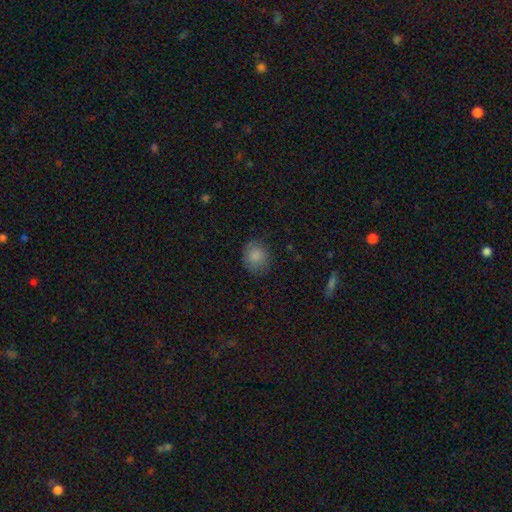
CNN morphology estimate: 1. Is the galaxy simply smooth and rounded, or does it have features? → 85% smooth, 8% star or artifact, 6% featured or disk.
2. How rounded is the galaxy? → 65% round, 34% in between, 1% cigar-shaped.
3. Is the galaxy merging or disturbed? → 78% none, 17% minor disturbance, 5% major disturbance, 1% merger.